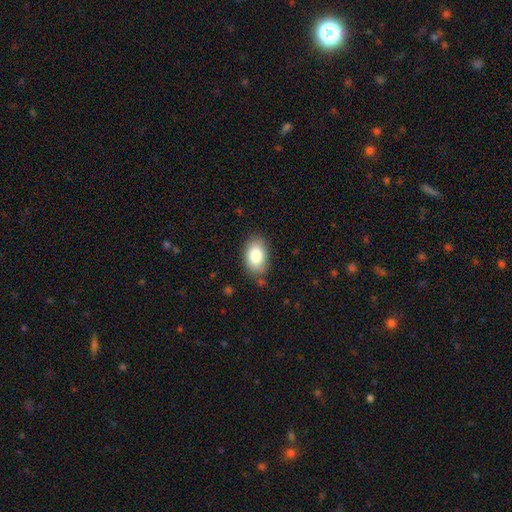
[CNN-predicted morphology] smooth_or_featured: smooth (p=0.84) [alt: featured or disk p=0.08]
how_rounded: in between (p=0.89) [alt: round p=0.10]
merging: none (p=0.80) [alt: minor disturbance p=0.15]